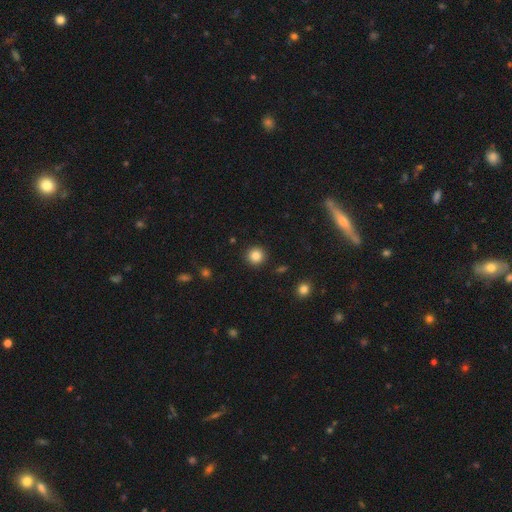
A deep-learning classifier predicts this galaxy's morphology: smooth-or-featured: smooth: 85% | star or artifact: 10% | featured or disk: 4%
  how-rounded: round: 95% | in between: 5% | cigar-shaped: 1%
  merging: none: 92% | minor disturbance: 5% | major disturbance: 2% | merger: 1%